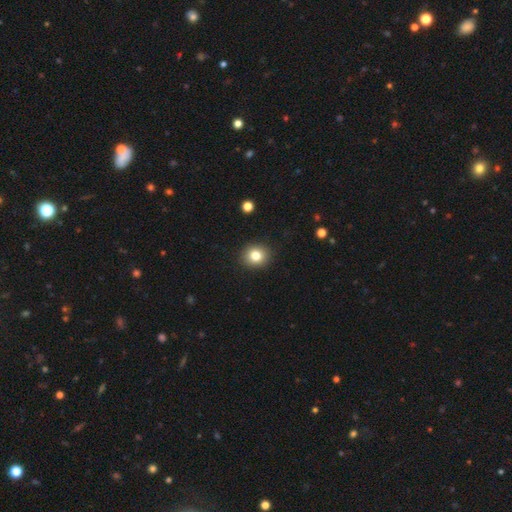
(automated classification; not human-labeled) smooth-or-featured: smooth: 81% | star or artifact: 11% | featured or disk: 8%
  how-rounded: round: 79% | in between: 20% | cigar-shaped: 1%
  merging: none: 91% | minor disturbance: 6% | major disturbance: 2% | merger: 1%